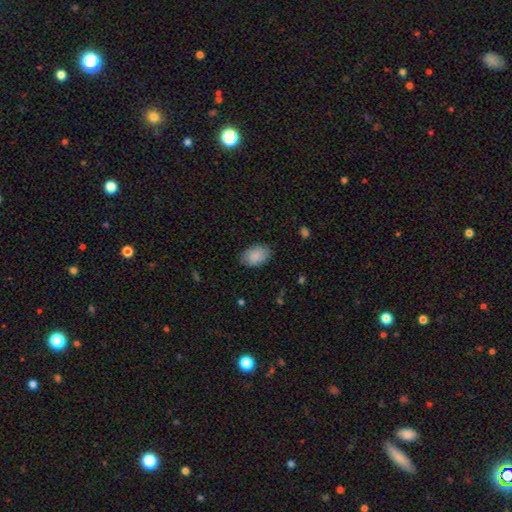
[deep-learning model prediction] This appears to be a smooth galaxy with no disk features (86%) that is in between round and cigar-shaped (88%). Merging: none (83%).